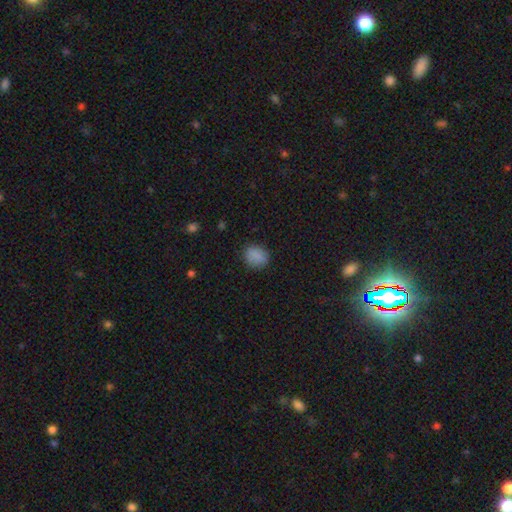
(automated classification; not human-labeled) smooth_or_featured: smooth (p=0.86) [alt: star or artifact p=0.10]
how_rounded: round (p=0.57) [alt: in between p=0.42]
merging: none (p=0.84) [alt: minor disturbance p=0.12]